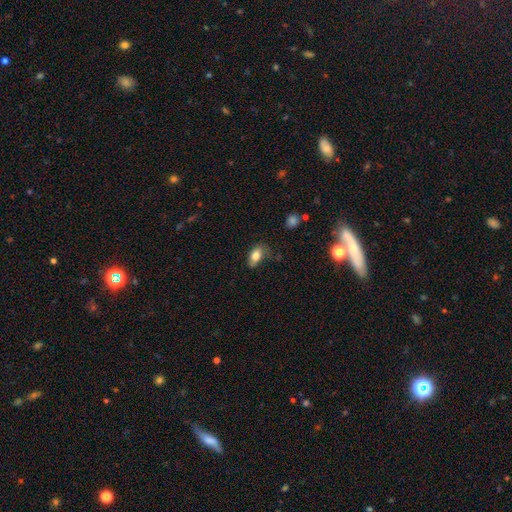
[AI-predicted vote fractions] smooth 80%, featured or disk 12%, star or artifact 8%. Down the decision tree: how rounded — in between (89%); merging — none (55%).